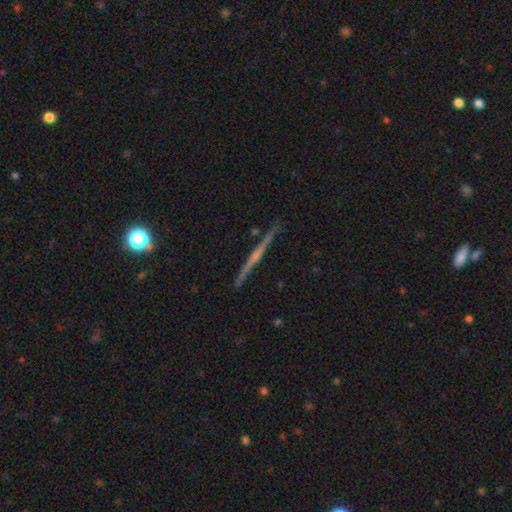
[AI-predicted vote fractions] Morphology: type=featured or disk (76%); edge-on=yes (98%); edge-on bulge=rounded (52%); merging=none (90%).